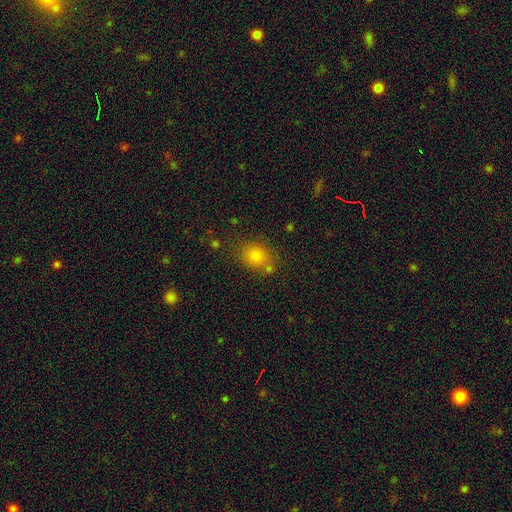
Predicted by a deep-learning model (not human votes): Smooth or featured? smooth (78%)
How rounded? round (64%)
Merging? none (70%)